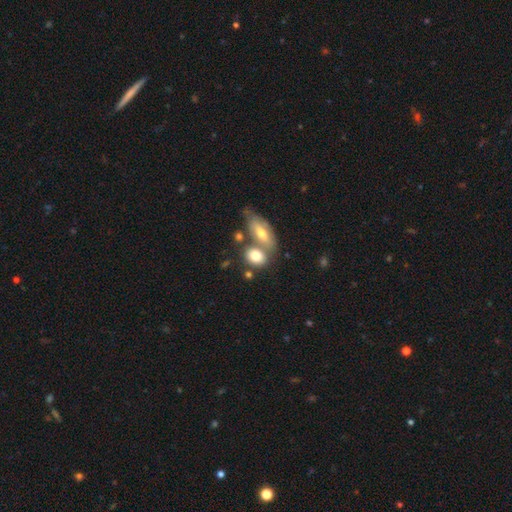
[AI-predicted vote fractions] Smooth or featured? smooth (74%)
How rounded? in between (66%)
Merging? merger (43%)